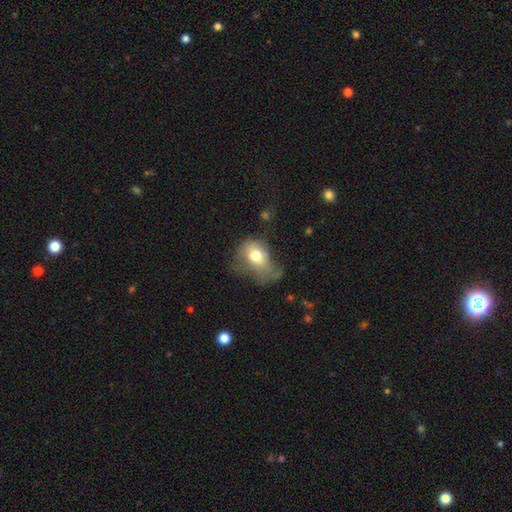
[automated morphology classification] smooth_or_featured: smooth (p=0.67) [alt: featured or disk p=0.23]
how_rounded: in between (p=0.59) [alt: round p=0.39]
merging: major disturbance (p=0.43) [alt: minor disturbance p=0.30]